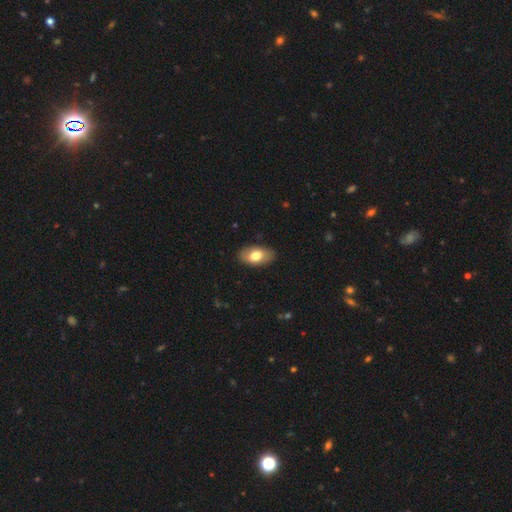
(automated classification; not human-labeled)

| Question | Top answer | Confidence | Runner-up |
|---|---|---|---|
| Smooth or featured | smooth | 73% | featured or disk (21%) |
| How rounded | in between | 93% | round (5%) |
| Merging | none | 87% | minor disturbance (10%) |